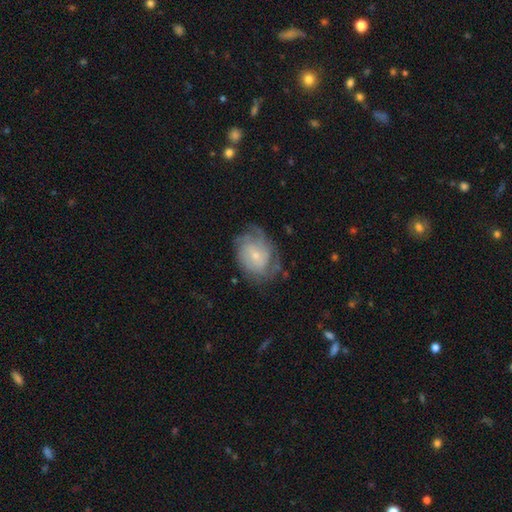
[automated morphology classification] A featured or disk galaxy (71%) with no bar (60%), tight (54%) spiral arms (87%) and a small central bulge (70%). Merging: none (61%).